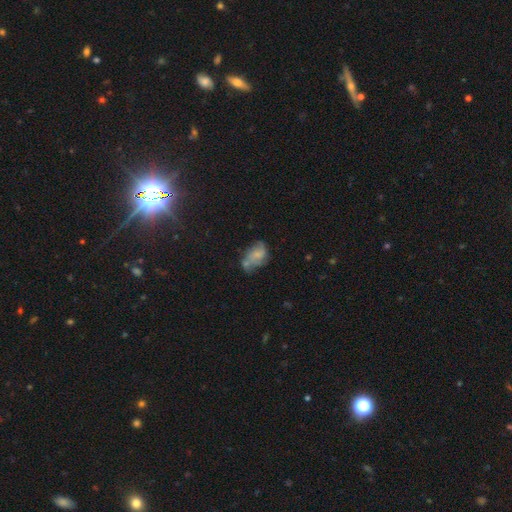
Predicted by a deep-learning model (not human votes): Smooth or featured? Predicted: smooth (p=0.49). Merging? Predicted: none (p=0.35).